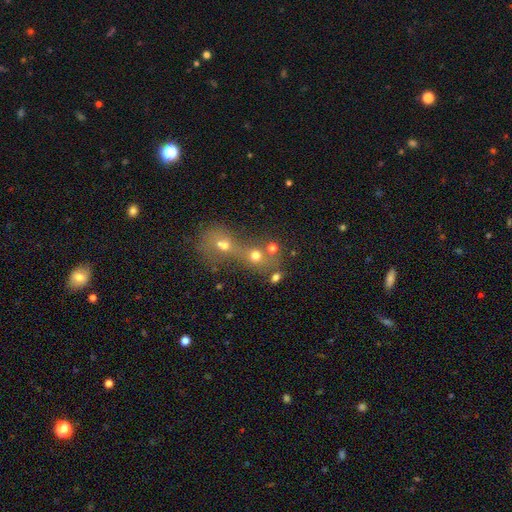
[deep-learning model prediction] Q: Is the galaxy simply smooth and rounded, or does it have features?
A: smooth — 61%.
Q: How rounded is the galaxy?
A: round — 77%.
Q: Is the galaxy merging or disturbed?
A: merger — 57%.